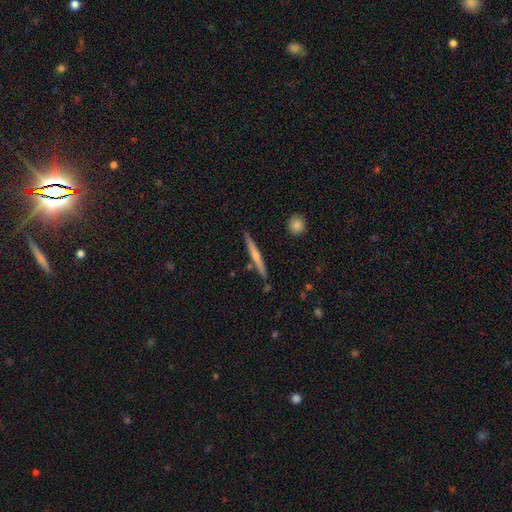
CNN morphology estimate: Overall: featured or disk (50%; smooth 44%). Merging: none (85%).